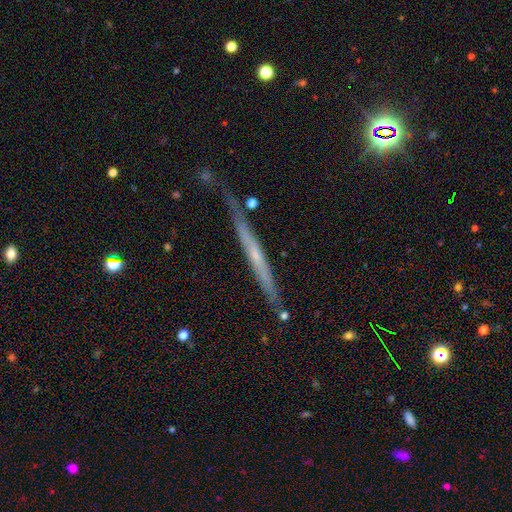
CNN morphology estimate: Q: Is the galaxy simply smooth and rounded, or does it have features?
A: featured or disk — 66%.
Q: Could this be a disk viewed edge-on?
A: yes — 95%.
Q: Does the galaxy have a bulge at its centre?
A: none — 64%.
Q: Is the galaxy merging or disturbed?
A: none — 73%.